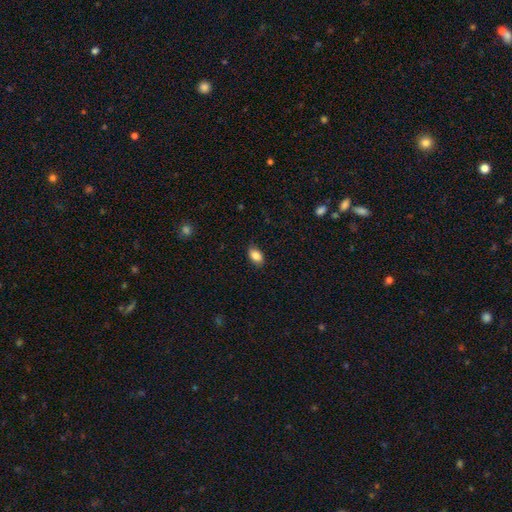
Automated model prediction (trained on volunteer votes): Smooth or featured: smooth — 86% (star or artifact — 8%)
How rounded: in between — 89% (round — 9%)
Merging: none — 85% (minor disturbance — 12%)